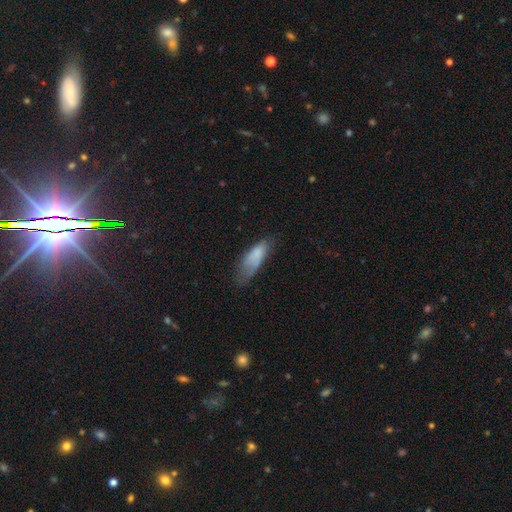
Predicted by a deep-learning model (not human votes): A smooth galaxy with no disk features (75%) that is in between round and cigar-shaped (64%). Merging: none (44%).